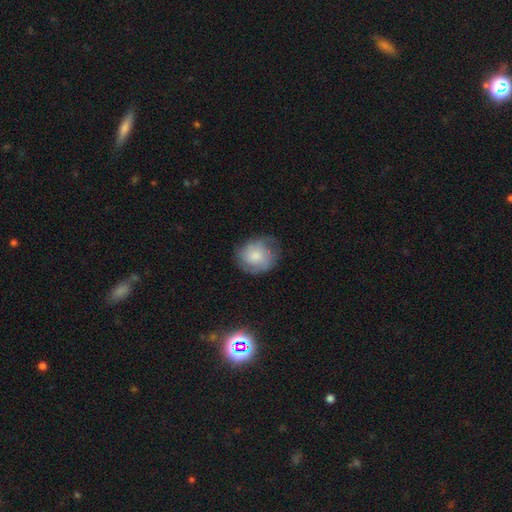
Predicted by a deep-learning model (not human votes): Smooth or featured? smooth (63%)
How rounded? round (73%)
Merging? none (62%)